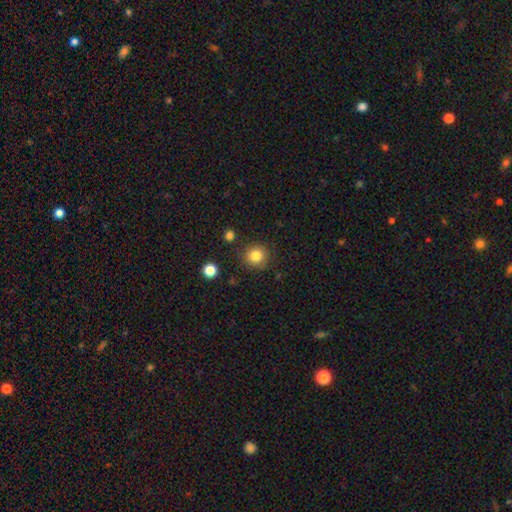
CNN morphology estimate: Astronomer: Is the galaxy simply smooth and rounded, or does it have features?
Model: smooth — 83%.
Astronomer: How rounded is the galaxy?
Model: round — 90%.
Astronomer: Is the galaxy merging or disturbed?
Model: none — 86%.